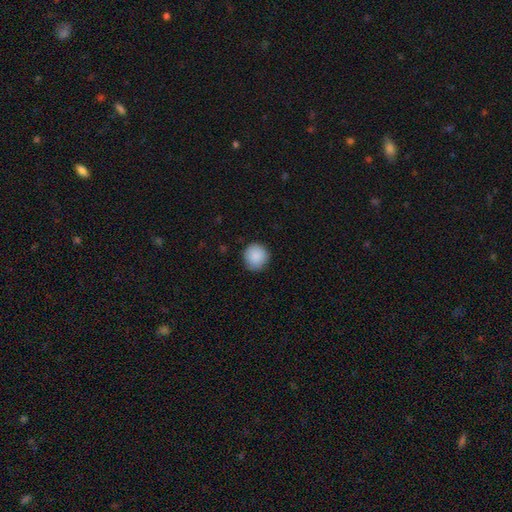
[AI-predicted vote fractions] smooth_or_featured: smooth (p=0.89) [alt: star or artifact p=0.08]
how_rounded: round (p=0.93) [alt: in between p=0.06]
merging: none (p=0.89) [alt: minor disturbance p=0.08]